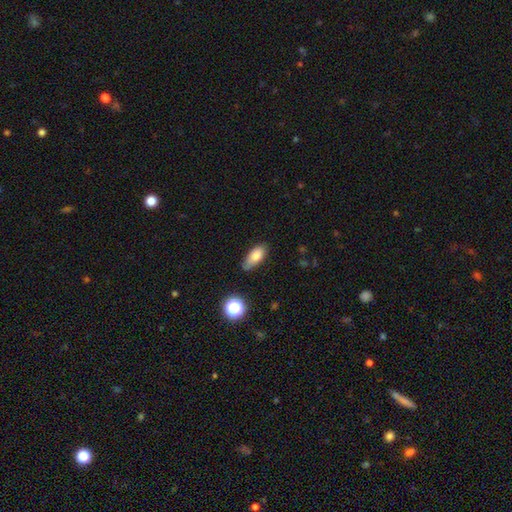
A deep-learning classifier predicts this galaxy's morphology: smooth 81%, featured or disk 10%, star or artifact 9%. Down the decision tree: how rounded — in between (83%); merging — none (67%).